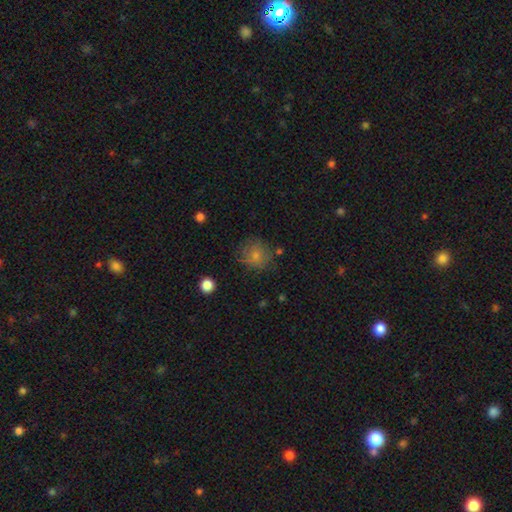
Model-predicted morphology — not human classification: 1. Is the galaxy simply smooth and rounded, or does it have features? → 71% smooth, 14% star or artifact, 14% featured or disk.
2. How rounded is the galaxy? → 84% round, 15% in between, 1% cigar-shaped.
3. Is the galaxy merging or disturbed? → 75% none, 17% minor disturbance, 6% major disturbance, 2% merger.